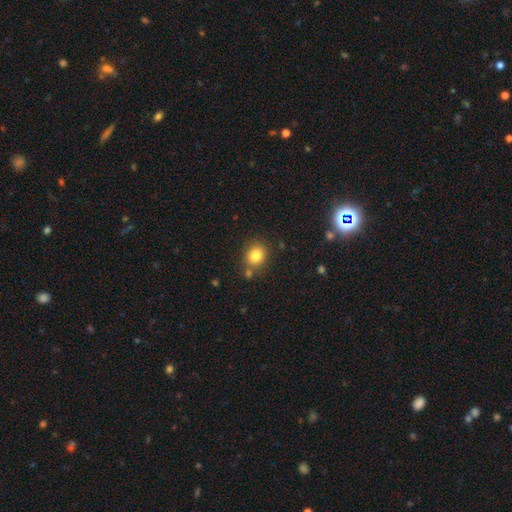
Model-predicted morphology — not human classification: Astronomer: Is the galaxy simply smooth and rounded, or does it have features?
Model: smooth — 82%.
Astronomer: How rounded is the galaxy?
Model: round — 65%.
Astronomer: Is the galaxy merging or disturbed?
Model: none — 73%.